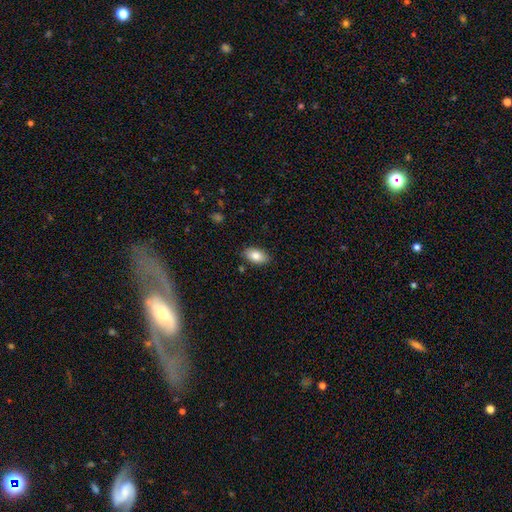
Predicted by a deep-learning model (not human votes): Overall: smooth (82%). How rounded: in between (93%). Merging: none (86%).